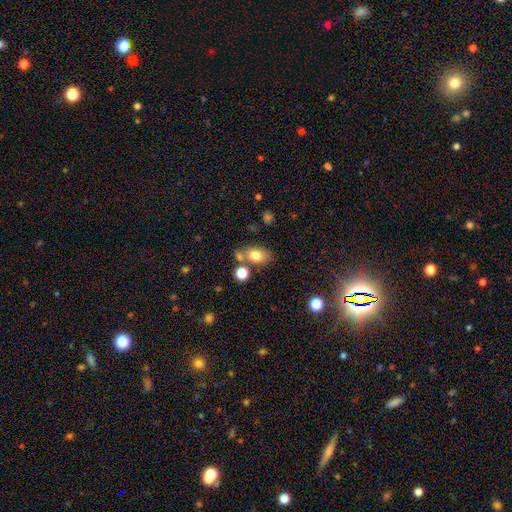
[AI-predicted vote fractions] Smooth or featured?
  - smooth: 77% *
  - featured or disk: 12%
  - star or artifact: 10%
How rounded?
  - in between: 74% *
  - round: 24%
  - cigar-shaped: 2%
Merging?
  - none: 61% *
  - merger: 19%
  - minor disturbance: 14%
  - major disturbance: 5%